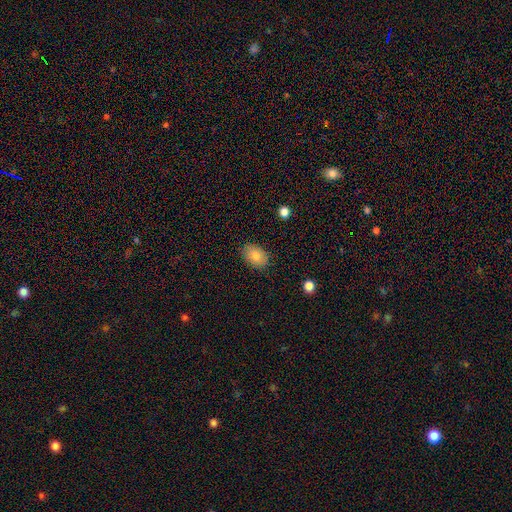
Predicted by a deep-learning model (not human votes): Smooth or featured? Predicted: smooth (p=0.82). How rounded? Predicted: in between (p=0.82). Merging? Predicted: none (p=0.87).